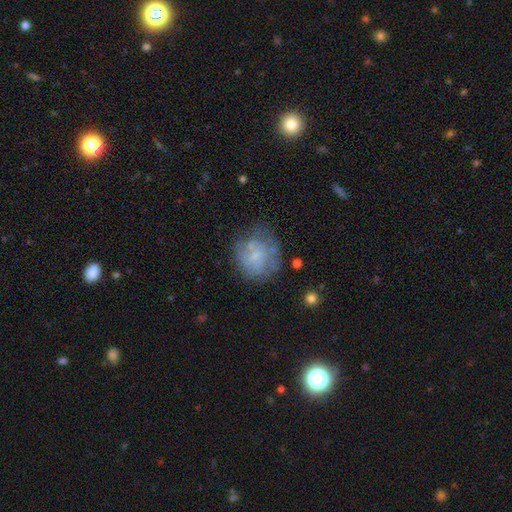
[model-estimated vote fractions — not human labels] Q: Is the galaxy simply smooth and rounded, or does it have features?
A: featured or disk — 48%.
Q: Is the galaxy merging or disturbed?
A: none — 58%.